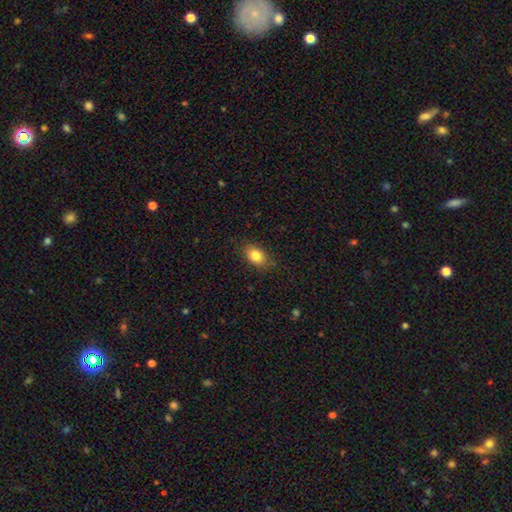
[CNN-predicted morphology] This appears to be a smooth galaxy with no disk features (82%) that is in between round and cigar-shaped (79%). Merging: none (83%).